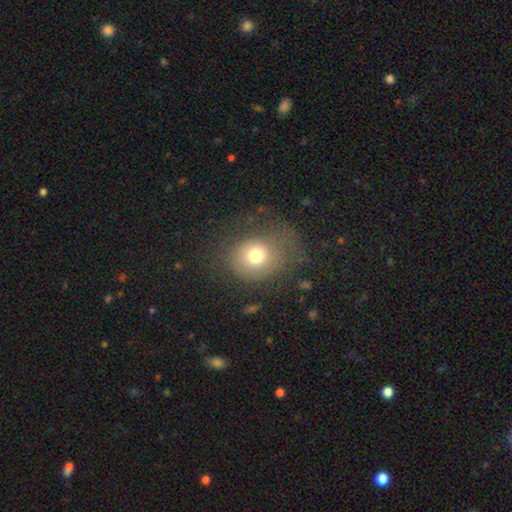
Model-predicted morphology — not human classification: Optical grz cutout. It shows a smooth galaxy with no disk features (70%) that is round (74%). Merging: none (53%).